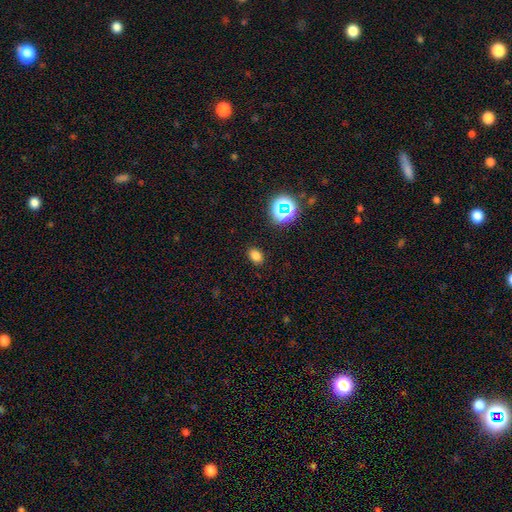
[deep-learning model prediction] Smooth or featured: smooth — 77% (star or artifact — 18%)
How rounded: in between — 75% (round — 23%)
Merging: none — 87% (minor disturbance — 8%)